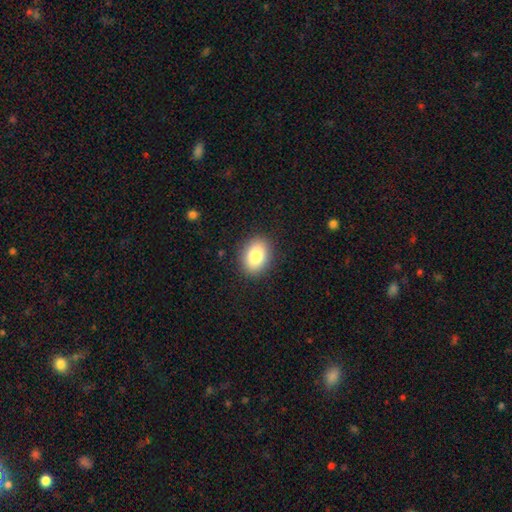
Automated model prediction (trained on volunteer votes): A smooth galaxy with no disk features (82%) that is in between round and cigar-shaped (67%). Merging: none (89%).